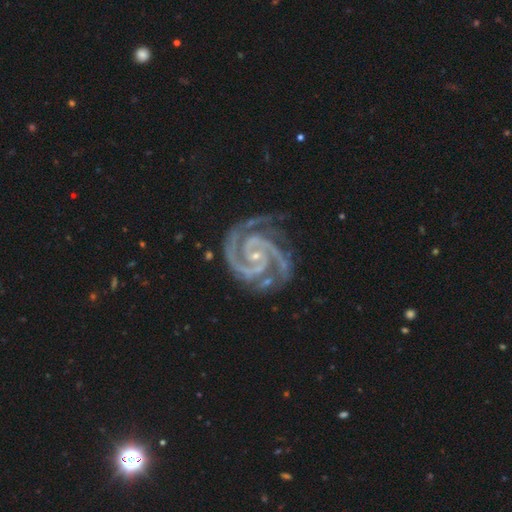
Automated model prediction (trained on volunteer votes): Overall: featured or disk (94%). Edge-on disk: no (98%). Bar: no (53%; weak 29%). Spiral arms: yes (99%). Spiral arm count: 2 (82%). Spiral winding: tight (66%; medium 31%). Bulge size: small (82%). Merging: none (71%).